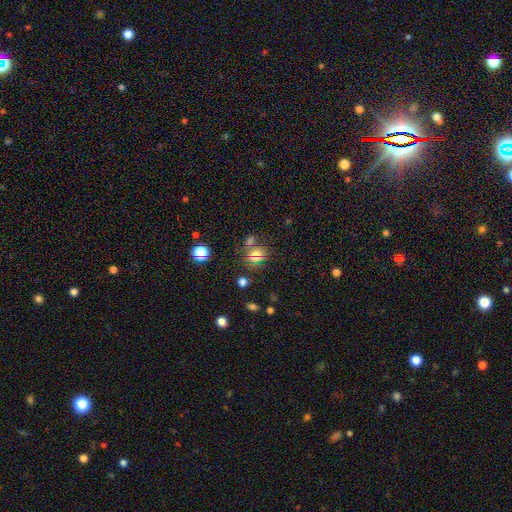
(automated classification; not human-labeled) A smooth galaxy with no disk features (47%).

Vote fractions:
- Smooth or featured? smooth: 47% / star or artifact: 41% / featured or disk: 12%
- Merging? none: 68% / merger: 14% / minor disturbance: 12% / major disturbance: 7%